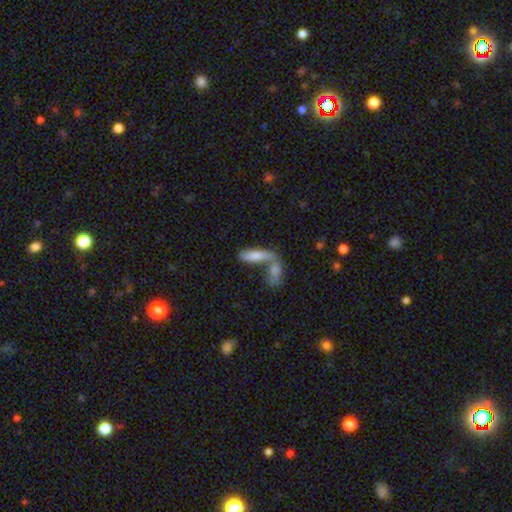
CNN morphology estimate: Overall: smooth (67%). How rounded: cigar-shaped (59%; in between 39%). Merging: merger (53%; none 34%).